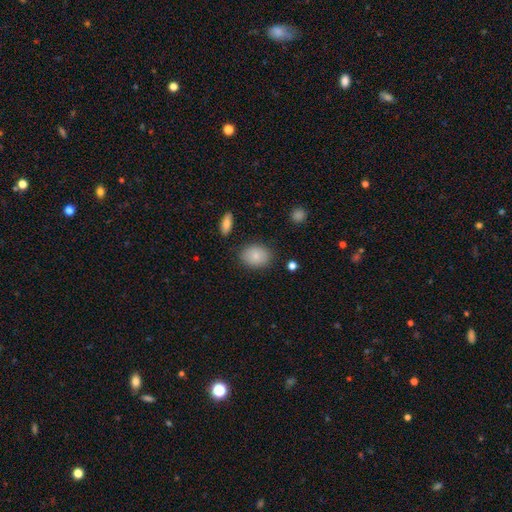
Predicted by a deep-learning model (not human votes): smooth_or_featured: smooth (p=0.83) [alt: featured or disk p=0.09]
how_rounded: in between (p=0.70) [alt: round p=0.29]
merging: none (p=0.82) [alt: minor disturbance p=0.12]